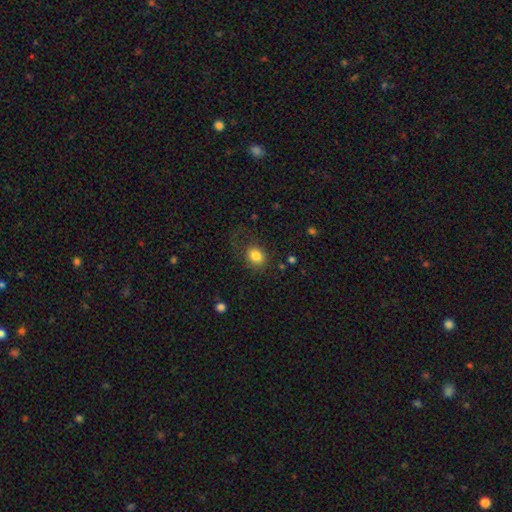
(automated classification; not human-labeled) Smooth or featured? Predicted: smooth (p=0.81). How rounded? Predicted: round (p=0.57). Merging? Predicted: none (p=0.67).